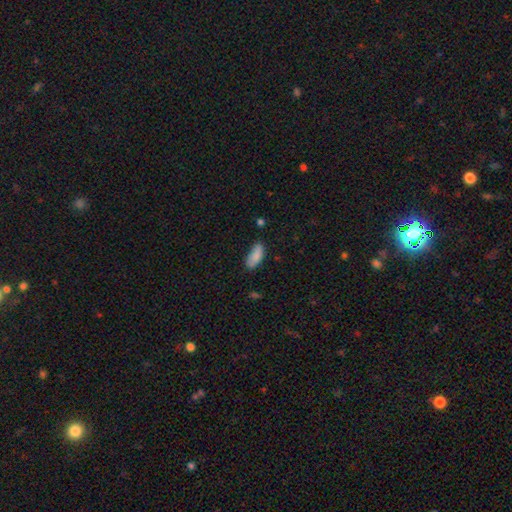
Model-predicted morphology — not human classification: smooth_or_featured: smooth (p=0.86) [alt: featured or disk p=0.07]
how_rounded: in between (p=0.84) [alt: cigar-shaped p=0.14]
merging: none (p=0.71) [alt: minor disturbance p=0.23]